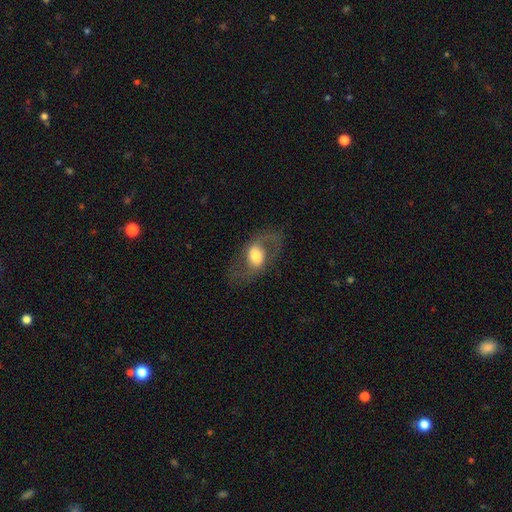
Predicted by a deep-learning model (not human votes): A featured or disk galaxy (66%) with no bar (48%), 2 (89%) loose (53%) spiral arms (83%) and a moderate central bulge (48%).

Vote fractions:
- Smooth or featured? featured or disk: 66% / smooth: 27% / star or artifact: 7%
- Edge-on disk? no: 94% / yes: 6%
- Bar? no: 48% / weak: 36% / strong: 16%
- Spiral arms? yes: 83% / no: 17%
- Spiral winding? loose: 53% / medium: 39% / tight: 8%
- Spiral arm count? 2: 89% / 1: 4% / can't tell: 4% / 3: 1% / 4: 1% / more than 4: 1%
- Bulge size? moderate: 48% / large: 35% / small: 10% / dominant: 6% / none: 2%
- Merging? none: 67% / major disturbance: 16% / minor disturbance: 15% / merger: 1%